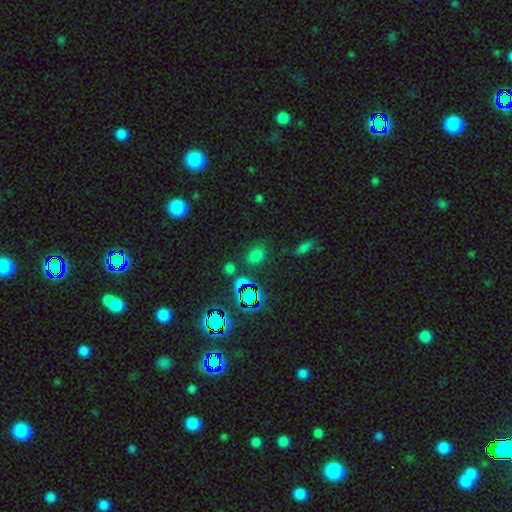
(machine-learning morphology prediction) Smooth or featured? Predicted: smooth (p=0.64). How rounded? Predicted: in between (p=0.50). Merging? Predicted: none (p=0.75).